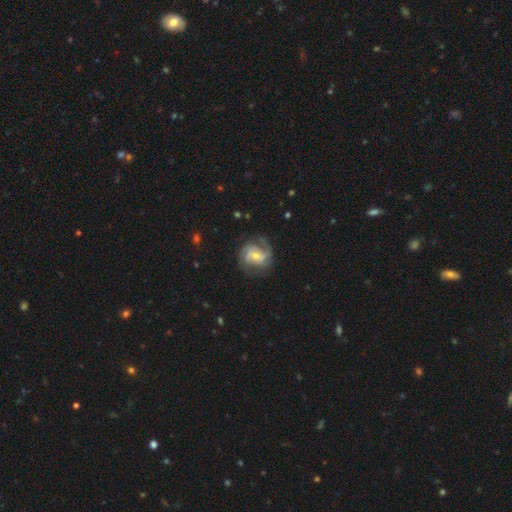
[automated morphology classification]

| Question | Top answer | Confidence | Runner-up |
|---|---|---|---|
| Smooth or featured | featured or disk | 81% | smooth (13%) |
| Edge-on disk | no | 98% | yes (2%) |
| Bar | no | 48% | weak (40%) |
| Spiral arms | yes | 95% | no (5%) |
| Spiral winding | medium | 48% | tight (32%) |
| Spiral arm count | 2 | 52% | 3 (22%) |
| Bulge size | small | 50% | moderate (44%) |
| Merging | none | 71% | minor disturbance (18%) |